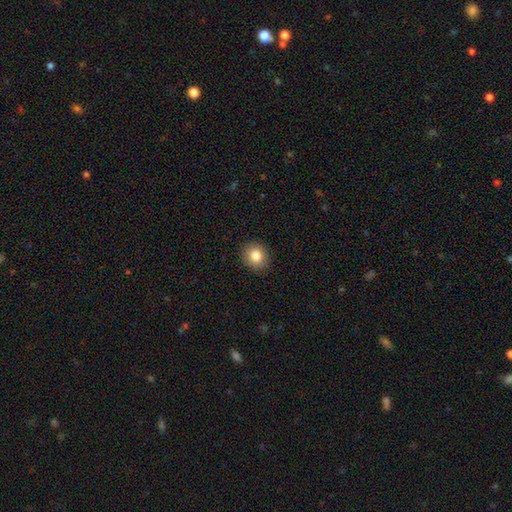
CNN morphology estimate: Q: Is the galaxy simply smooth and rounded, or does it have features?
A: smooth — 83%.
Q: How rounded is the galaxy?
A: round — 76%.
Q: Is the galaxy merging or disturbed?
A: none — 90%.